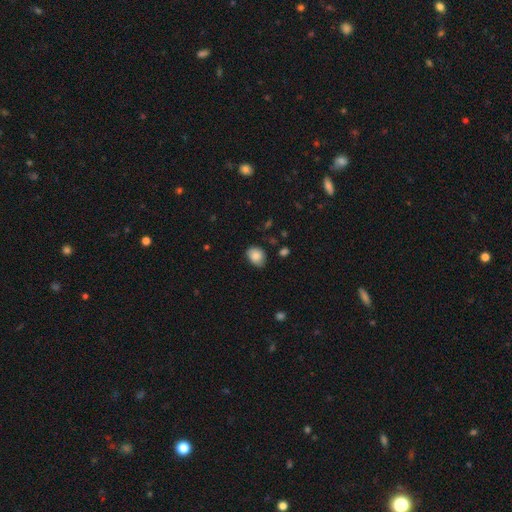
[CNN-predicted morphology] smooth_or_featured: smooth (p=0.84) [alt: star or artifact p=0.08]
how_rounded: in between (p=0.62) [alt: round p=0.37]
merging: none (p=0.71) [alt: minor disturbance p=0.24]